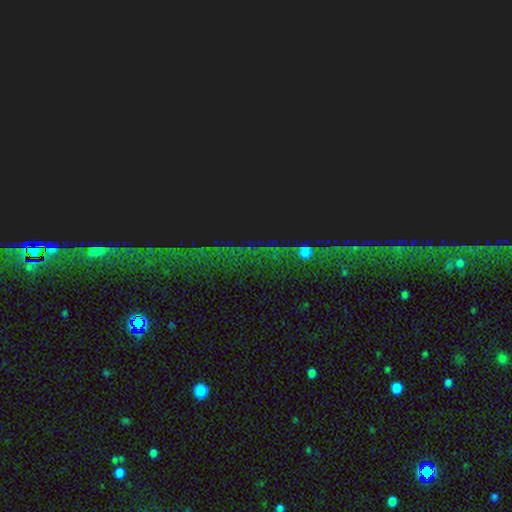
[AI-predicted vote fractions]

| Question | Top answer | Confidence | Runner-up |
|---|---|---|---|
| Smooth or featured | star or artifact | 84% | featured or disk (9%) |